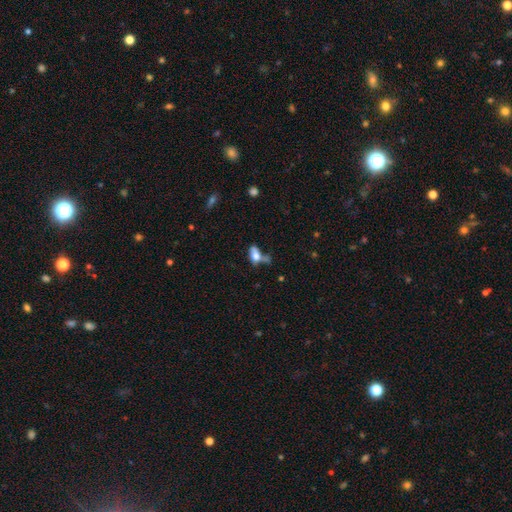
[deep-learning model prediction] A smooth galaxy with no disk features (64%) that is in between round and cigar-shaped (80%).

Vote fractions:
- Smooth or featured? smooth: 64% / featured or disk: 25% / star or artifact: 11%
- How rounded? in between: 80% / round: 12% / cigar-shaped: 8%
- Merging? merger: 30% / none: 28% / major disturbance: 21% / minor disturbance: 20%